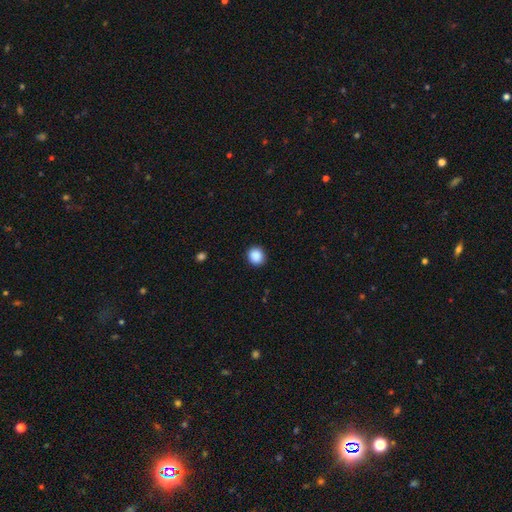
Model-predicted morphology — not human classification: Smooth or featured? smooth (89%)
How rounded? round (84%)
Merging? none (91%)